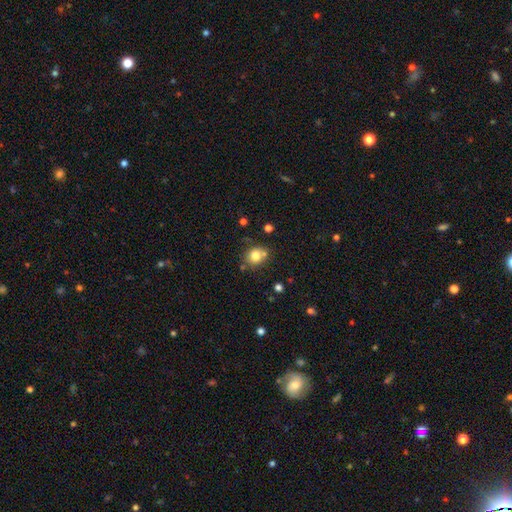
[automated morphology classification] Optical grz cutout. It shows a smooth galaxy with no disk features (78%) that is round (77%). Merging: none (67%).